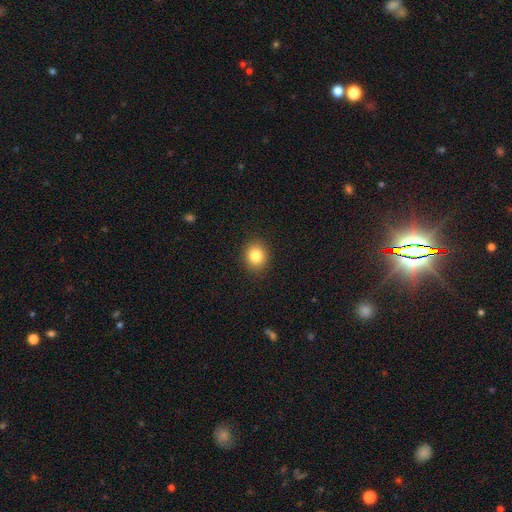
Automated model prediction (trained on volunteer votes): Smooth or featured: smooth — 83% (star or artifact — 10%)
How rounded: round — 74% (in between — 25%)
Merging: none — 91% (minor disturbance — 7%)